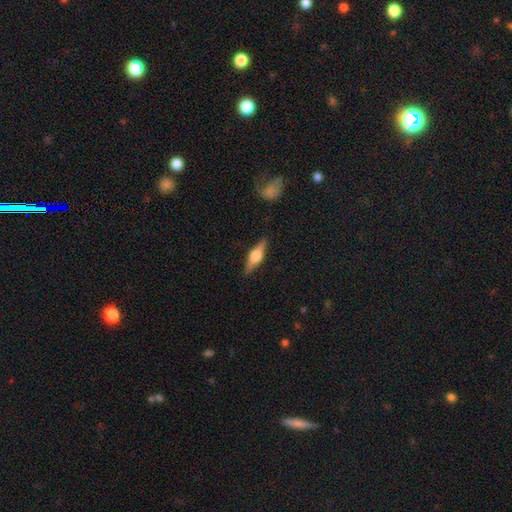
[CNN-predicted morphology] This is likely a featured or disk galaxy (66%). It is clearly viewed edge-on (96%). Edge-on bulge: clearly rounded (91%). Merging: clearly none (87%).